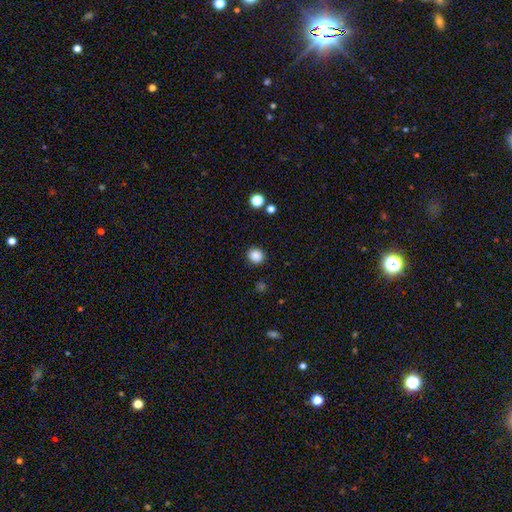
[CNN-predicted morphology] This appears to be a smooth galaxy with no disk features (86%) that is round (86%). Merging: none (90%).